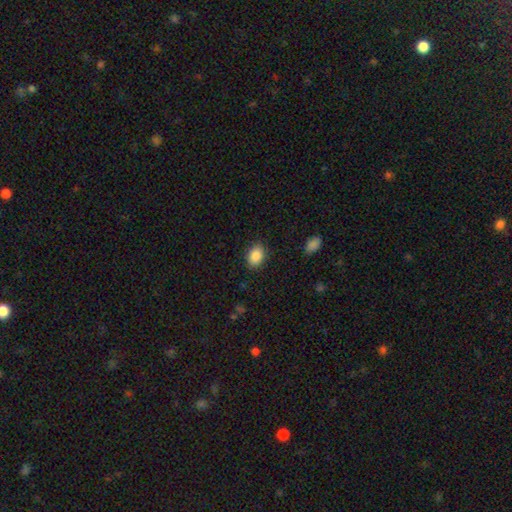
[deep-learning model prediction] This appears to be a smooth galaxy with no disk features (88%) that is in between round and cigar-shaped (74%). Merging: none (85%).